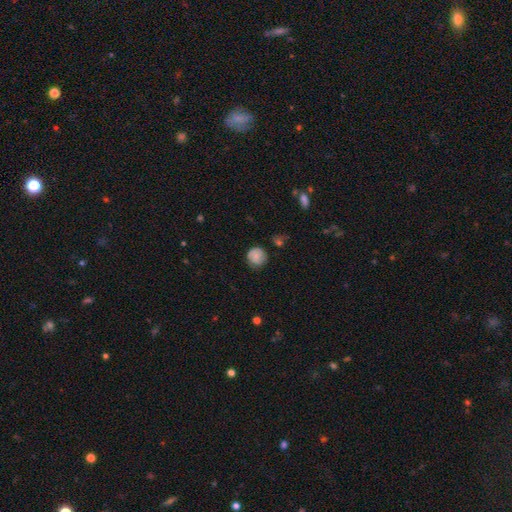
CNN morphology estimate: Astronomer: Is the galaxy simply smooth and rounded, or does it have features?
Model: smooth — 81%.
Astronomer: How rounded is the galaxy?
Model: round — 88%.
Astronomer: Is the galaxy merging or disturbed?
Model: none — 75%.